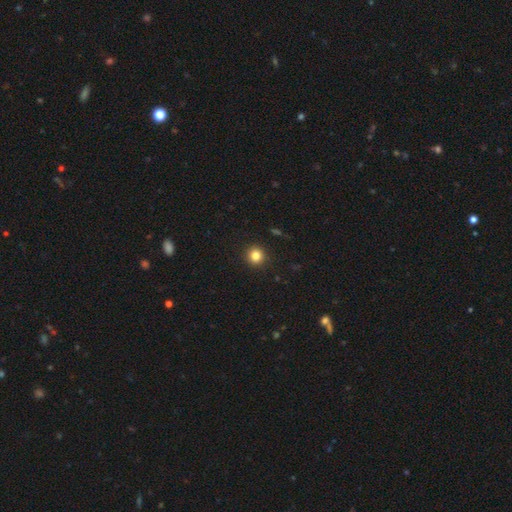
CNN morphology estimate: A smooth galaxy with no disk features (83%) that is round (93%).

Vote fractions:
- Smooth or featured? smooth: 83% / star or artifact: 12% / featured or disk: 5%
- How rounded? round: 93% / in between: 6% / cigar-shaped: 1%
- Merging? none: 92% / minor disturbance: 5% / major disturbance: 2% / merger: 1%